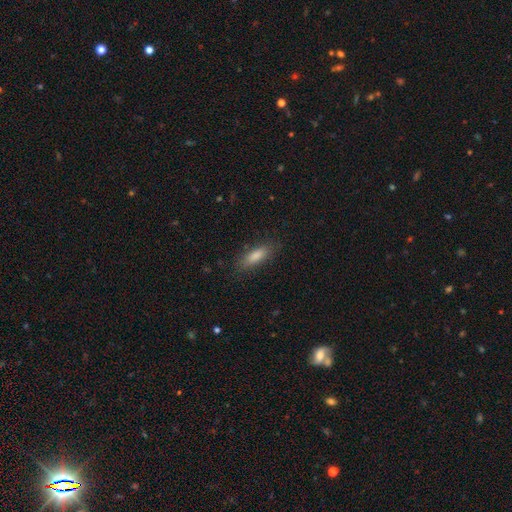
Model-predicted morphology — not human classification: smooth_or_featured: smooth (p=0.79) [alt: featured or disk p=0.12]
how_rounded: in between (p=0.53) [alt: cigar-shaped p=0.45]
merging: none (p=0.85) [alt: minor disturbance p=0.11]